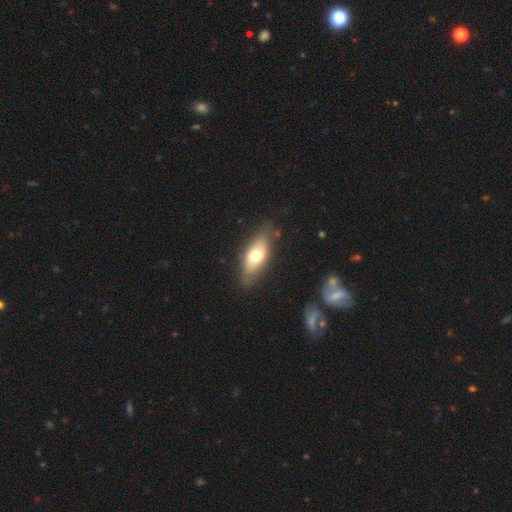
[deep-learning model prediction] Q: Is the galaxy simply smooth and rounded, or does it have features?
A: smooth — 60%.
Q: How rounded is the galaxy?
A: in between — 76%.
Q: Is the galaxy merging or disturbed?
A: none — 77%.